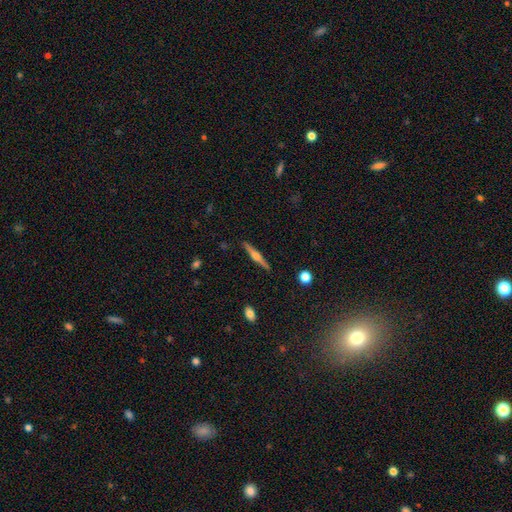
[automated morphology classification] type=featured or disk (70%); edge-on=yes (98%); edge-on bulge=rounded (88%); merging=none (90%).